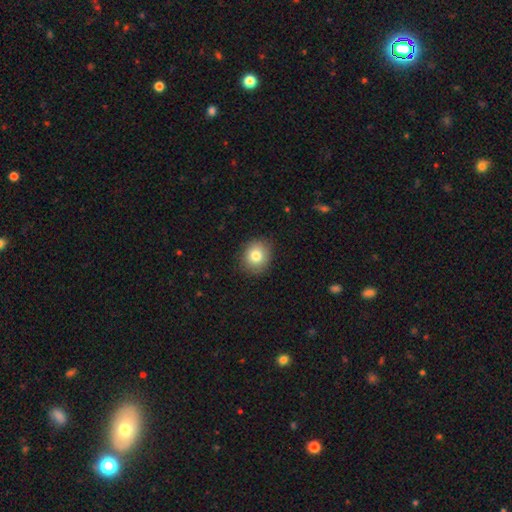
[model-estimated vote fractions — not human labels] A smooth galaxy with no disk features (81%) that is round (75%). Merging: none (88%).